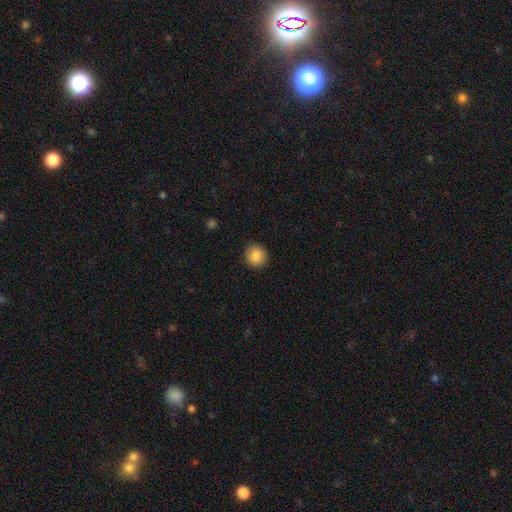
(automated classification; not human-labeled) smooth 87%, star or artifact 9%, featured or disk 5%. Down the decision tree: how rounded — round (90%); merging — none (91%).